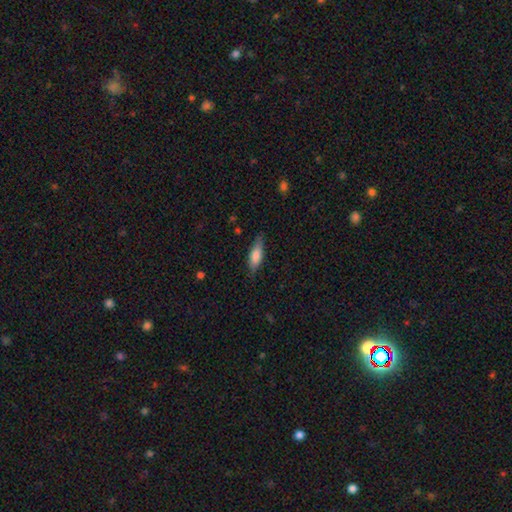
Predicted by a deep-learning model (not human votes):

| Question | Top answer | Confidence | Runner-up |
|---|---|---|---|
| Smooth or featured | smooth | 73% | featured or disk (20%) |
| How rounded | in between | 51% | cigar-shaped (47%) |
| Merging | none | 79% | minor disturbance (17%) |